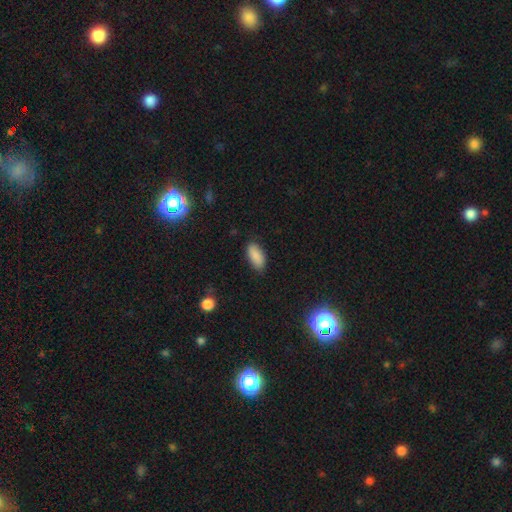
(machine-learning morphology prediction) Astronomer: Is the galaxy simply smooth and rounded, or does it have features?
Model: smooth — 88%.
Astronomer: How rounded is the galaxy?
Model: in between — 90%.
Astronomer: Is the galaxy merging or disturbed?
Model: none — 84%.